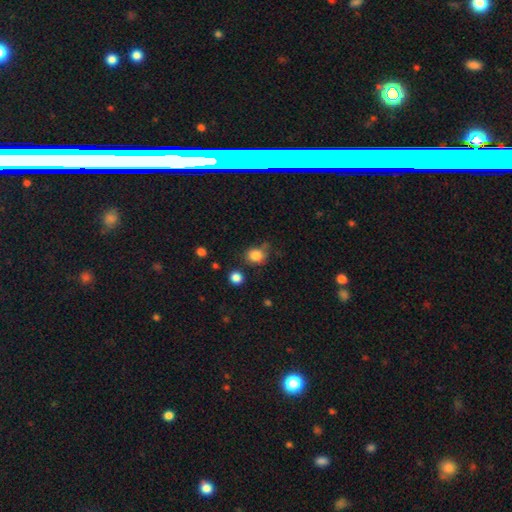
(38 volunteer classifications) smooth 97%, featured or disk 3%, star or artifact 0%. Down the decision tree: how rounded — round (65%); merging — none (66%).